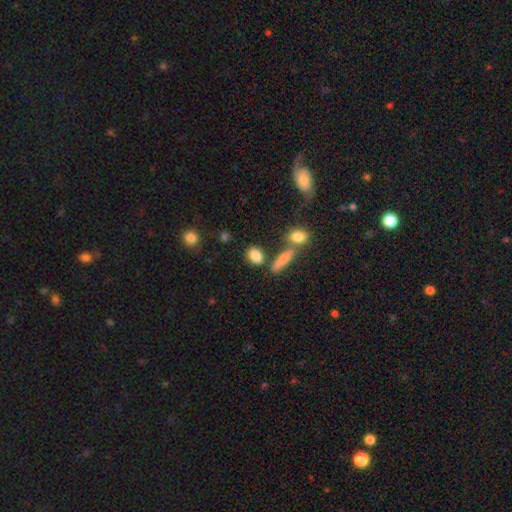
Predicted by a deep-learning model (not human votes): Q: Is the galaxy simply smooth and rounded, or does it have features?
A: smooth — 84%.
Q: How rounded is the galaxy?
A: in between — 70%.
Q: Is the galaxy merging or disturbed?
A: none — 67%.